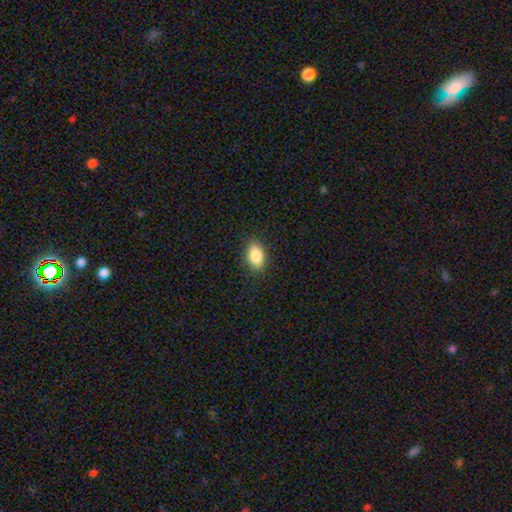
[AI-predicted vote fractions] A smooth galaxy with no disk features (86%) that is in between round and cigar-shaped (90%). Merging: none (88%).